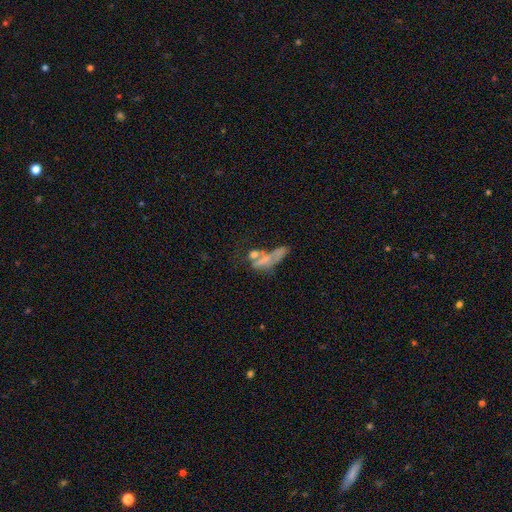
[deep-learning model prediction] The model was most divided on "smooth or featured": featured or disk: 41%, smooth: 36%, star or artifact: 23%. Remaining: merging — merger (36%).